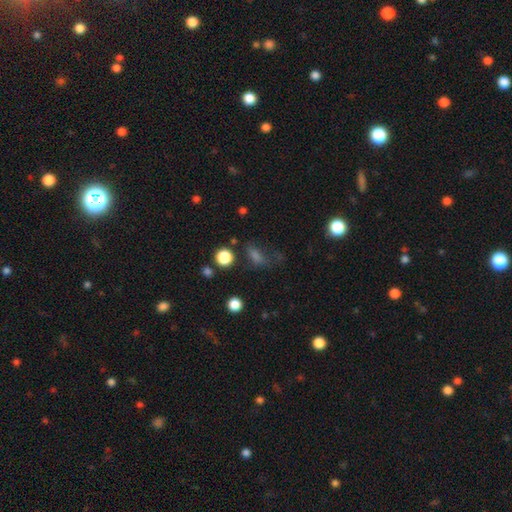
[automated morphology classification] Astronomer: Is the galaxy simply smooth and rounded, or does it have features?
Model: smooth — 59%.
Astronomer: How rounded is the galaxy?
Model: in between — 67%.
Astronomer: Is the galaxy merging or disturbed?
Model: none — 48% (runner-up: major disturbance, 24%).